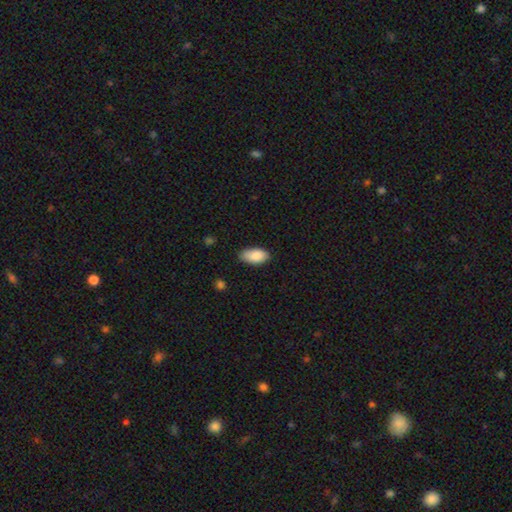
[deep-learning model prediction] Morphology: type=smooth (88%); roundness=in between (94%); merging=none (80%).